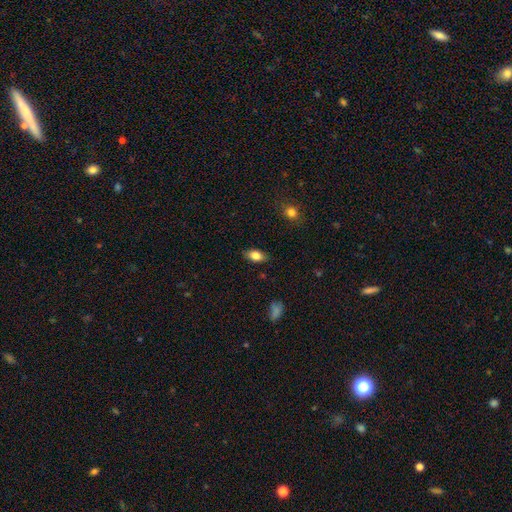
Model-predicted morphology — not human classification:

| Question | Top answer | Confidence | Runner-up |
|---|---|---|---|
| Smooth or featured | smooth | 81% | featured or disk (11%) |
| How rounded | in between | 89% | cigar-shaped (5%) |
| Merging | none | 85% | minor disturbance (11%) |